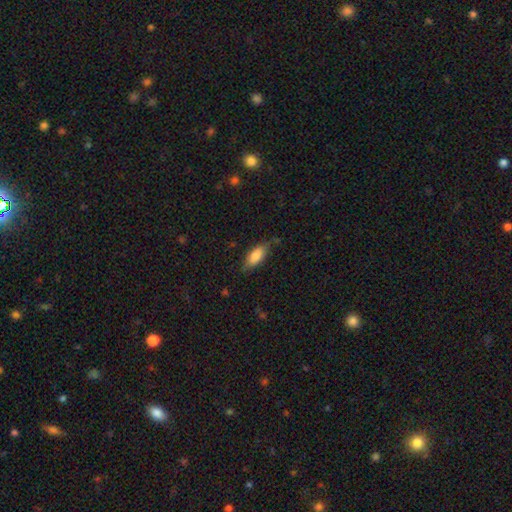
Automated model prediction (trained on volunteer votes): smooth 83%, featured or disk 10%, star or artifact 6%. Down the decision tree: how rounded — in between (81%); merging — none (73%).